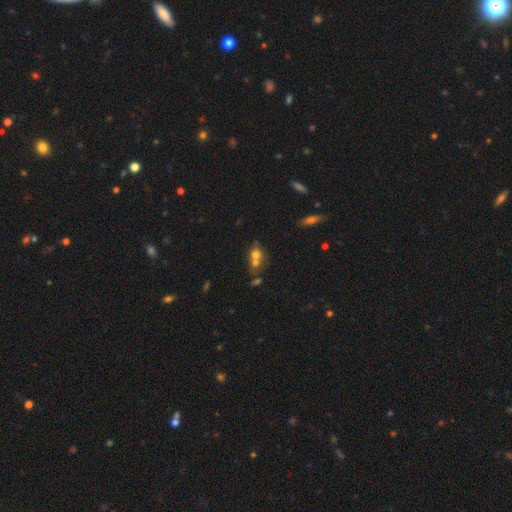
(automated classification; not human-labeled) Q: Smooth or featured?
A: smooth (63%); runner-up: featured or disk (20%)
Q: How rounded?
A: round (68%); runner-up: in between (30%)
Q: Merging?
A: merger (56%); runner-up: none (32%)